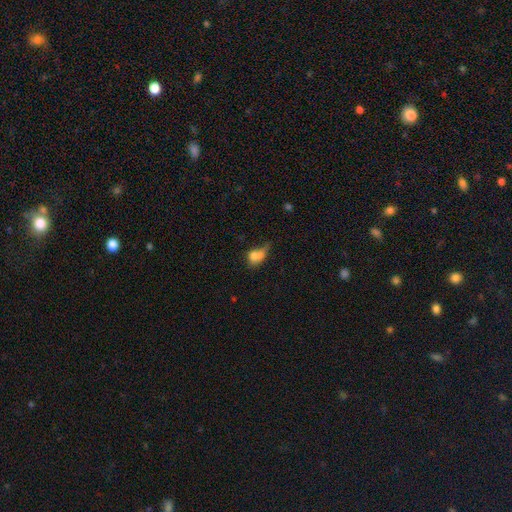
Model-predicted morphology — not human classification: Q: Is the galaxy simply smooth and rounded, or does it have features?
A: smooth — 69%.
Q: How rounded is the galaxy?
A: in between — 54%.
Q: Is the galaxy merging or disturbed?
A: merger — 42%.